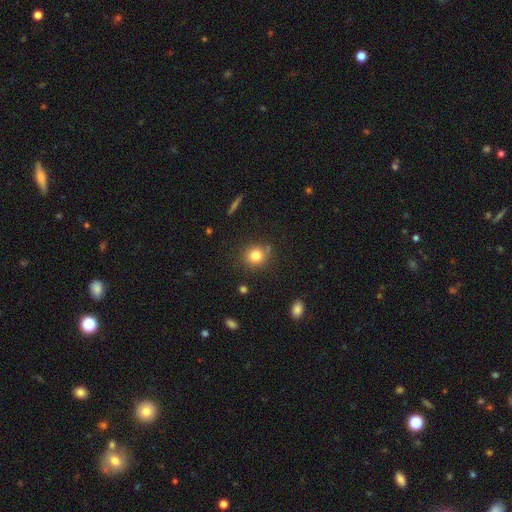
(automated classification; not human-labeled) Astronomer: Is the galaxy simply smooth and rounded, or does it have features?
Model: smooth — 81%.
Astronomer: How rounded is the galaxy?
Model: round — 83%.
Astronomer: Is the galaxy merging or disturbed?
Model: none — 80%.